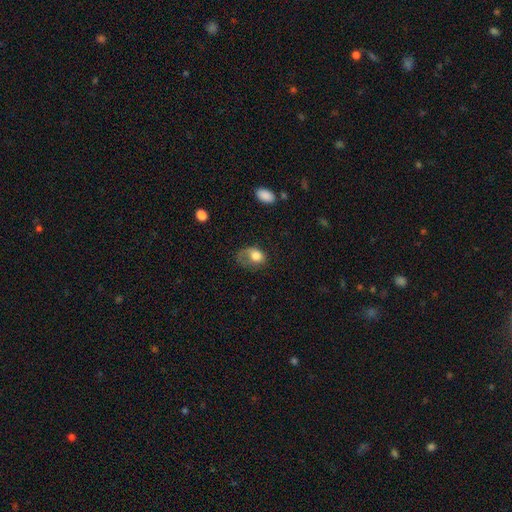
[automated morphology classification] This appears to be a smooth galaxy with no disk features (71%) that is in between round and cigar-shaped (64%). Merging: major disturbance (45%).